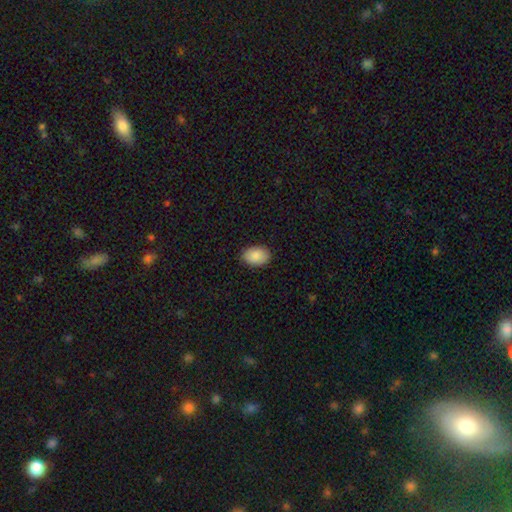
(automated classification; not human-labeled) smooth-or-featured: smooth: 88% | star or artifact: 6% | featured or disk: 6%
  how-rounded: in between: 82% | round: 17% | cigar-shaped: 1%
  merging: none: 88% | minor disturbance: 9% | major disturbance: 2% | merger: 1%